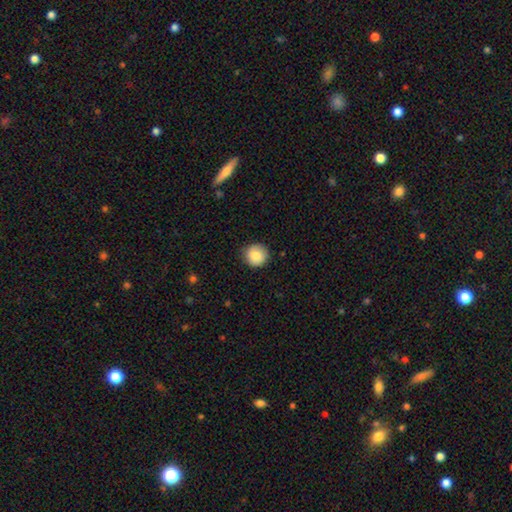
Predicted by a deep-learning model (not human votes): Q: Smooth or featured?
A: smooth (85%); runner-up: star or artifact (8%)
Q: How rounded?
A: round (93%); runner-up: in between (6%)
Q: Merging?
A: none (87%); runner-up: minor disturbance (10%)